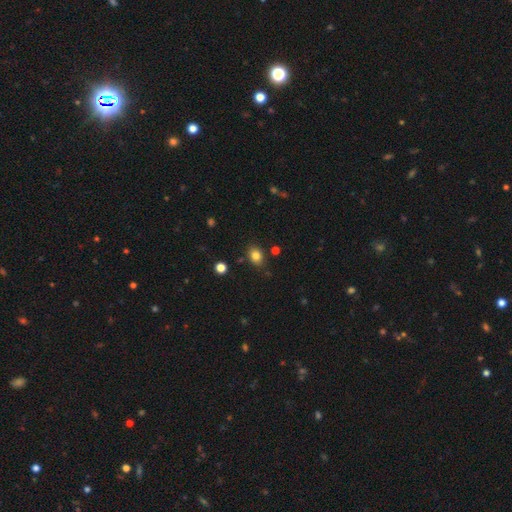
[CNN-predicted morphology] Smooth or featured: smooth — 82% (star or artifact — 12%)
How rounded: in between — 60% (round — 39%)
Merging: none — 82% (minor disturbance — 12%)